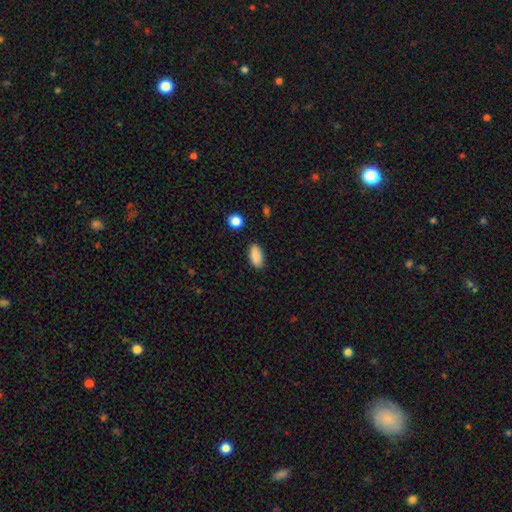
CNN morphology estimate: Smooth or featured?
  - smooth: 89% *
  - star or artifact: 7%
  - featured or disk: 4%
How rounded?
  - in between: 89% *
  - cigar-shaped: 8%
  - round: 3%
Merging?
  - none: 87% *
  - minor disturbance: 9%
  - major disturbance: 2%
  - merger: 2%